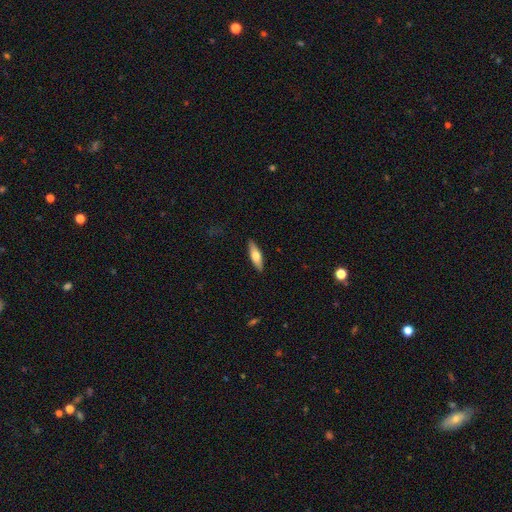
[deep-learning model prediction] This appears to be a smooth galaxy with no disk features (61%) that is cigar-shaped (52%). Merging: none (88%).